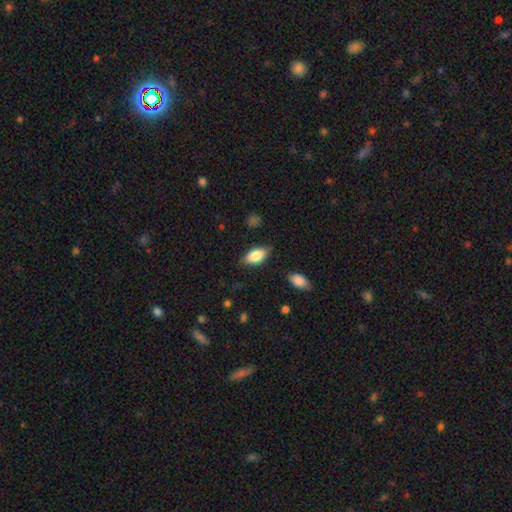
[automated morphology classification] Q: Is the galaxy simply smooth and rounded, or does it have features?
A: smooth — 84%.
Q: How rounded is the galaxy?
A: in between — 92%.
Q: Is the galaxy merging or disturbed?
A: none — 80%.